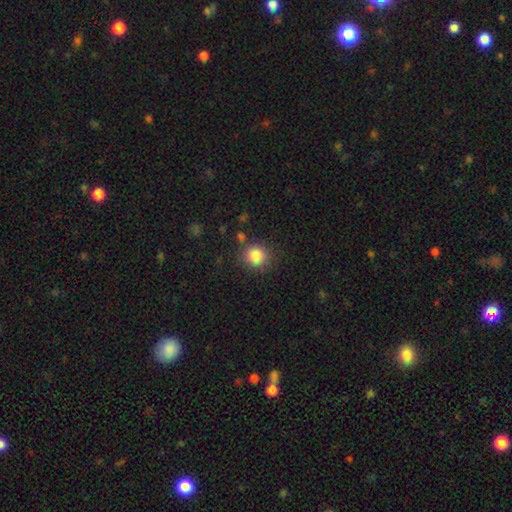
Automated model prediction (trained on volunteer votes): A smooth galaxy with no disk features (85%) that is round (86%). Merging: none (81%).